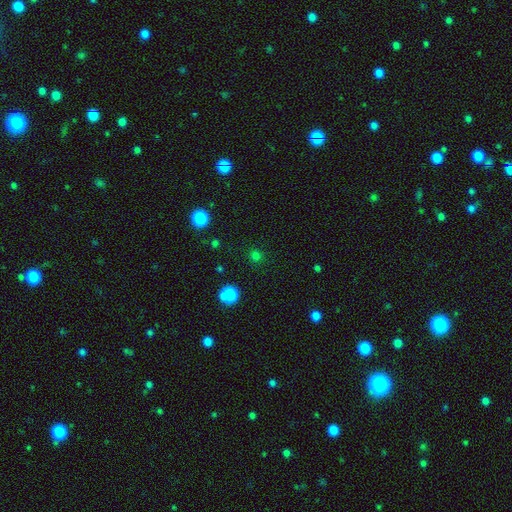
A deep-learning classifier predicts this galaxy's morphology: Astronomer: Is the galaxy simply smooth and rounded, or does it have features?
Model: smooth — 69%.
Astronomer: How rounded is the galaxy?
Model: round — 92%.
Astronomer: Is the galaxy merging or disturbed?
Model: none — 87%.